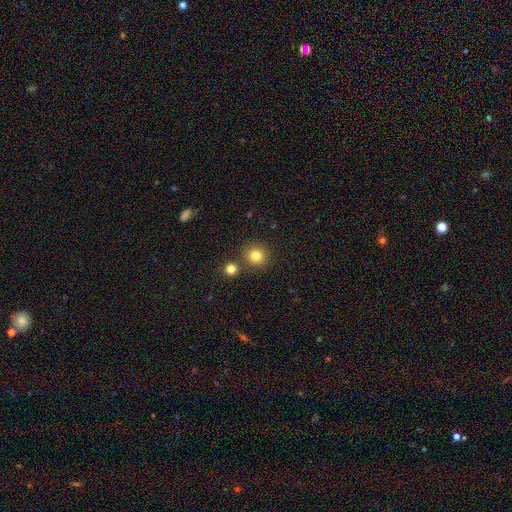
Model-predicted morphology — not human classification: This appears to be a smooth galaxy with no disk features (82%) that is round (92%). Merging: none (80%).